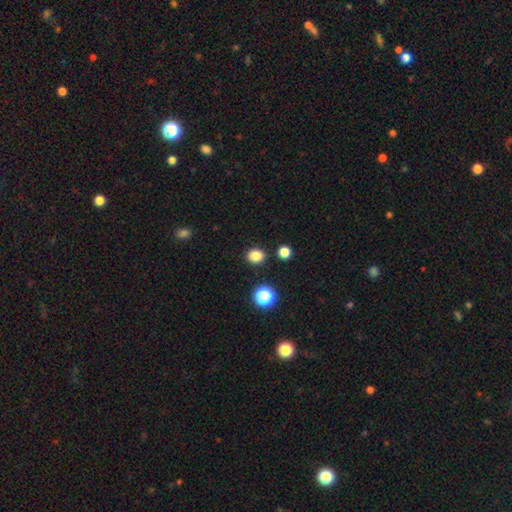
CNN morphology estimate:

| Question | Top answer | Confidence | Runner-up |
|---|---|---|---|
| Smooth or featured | smooth | 83% | star or artifact (13%) |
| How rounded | round | 64% | in between (35%) |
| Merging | none | 87% | minor disturbance (7%) |